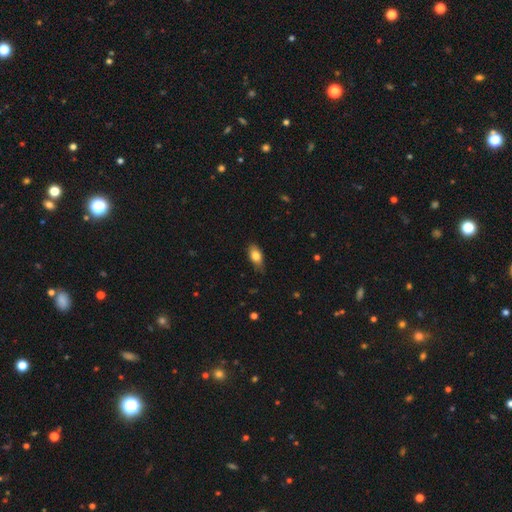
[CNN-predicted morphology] smooth-or-featured: smooth: 80% | featured or disk: 12% | star or artifact: 7%
  how-rounded: in between: 87% | cigar-shaped: 8% | round: 6%
  merging: none: 74% | minor disturbance: 21% | major disturbance: 3% | merger: 1%